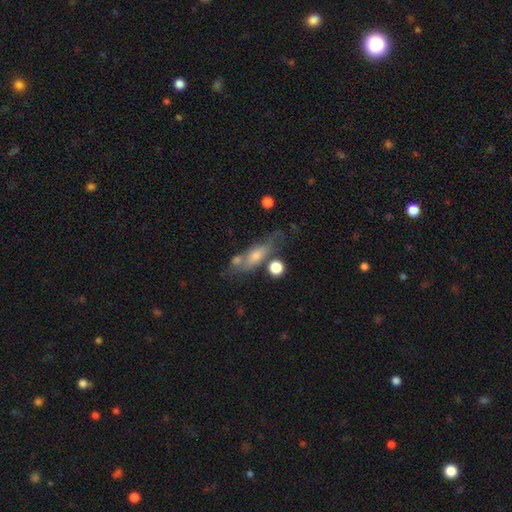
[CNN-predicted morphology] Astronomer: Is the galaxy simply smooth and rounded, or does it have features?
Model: smooth — 49% (runner-up: featured or disk, 39%).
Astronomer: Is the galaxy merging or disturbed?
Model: none — 46% (runner-up: minor disturbance, 23%).